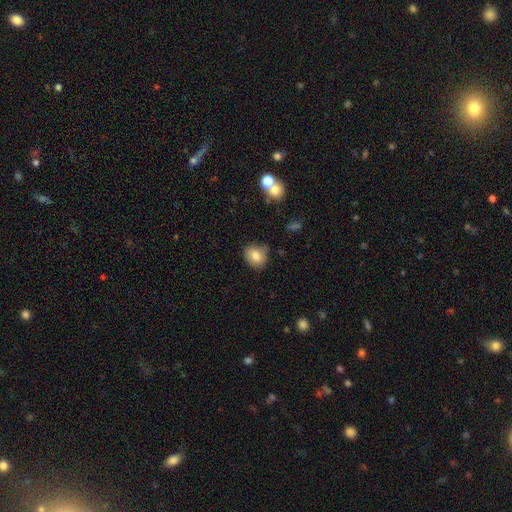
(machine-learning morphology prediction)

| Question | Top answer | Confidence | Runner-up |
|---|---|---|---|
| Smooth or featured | smooth | 80% | featured or disk (10%) |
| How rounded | round | 70% | in between (29%) |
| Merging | none | 77% | minor disturbance (17%) |